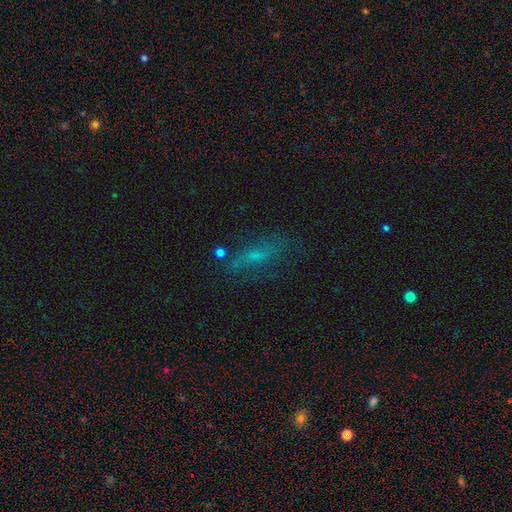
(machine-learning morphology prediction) The model was most divided on "smooth or featured": smooth: 44%, featured or disk: 34%, star or artifact: 22%. More confident: merging — none (63%).